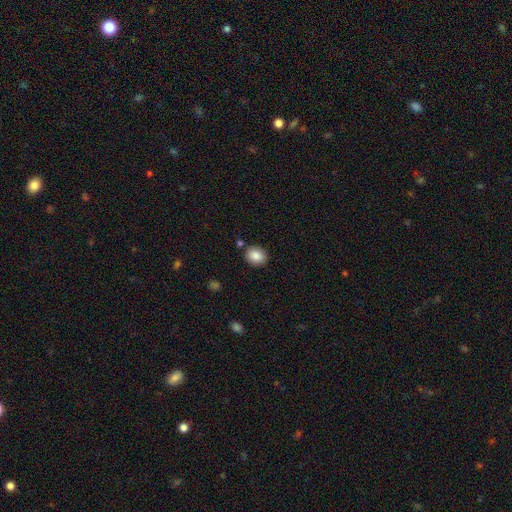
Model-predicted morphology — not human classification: This is clearly a smooth galaxy (87%). How rounded: possibly round (51%). Merging: clearly none (84%).